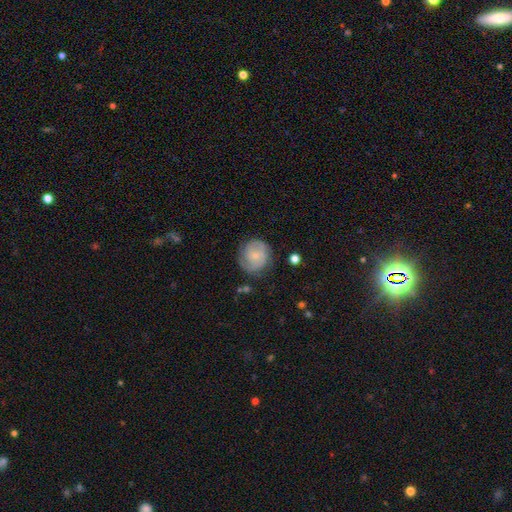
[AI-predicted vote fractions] Smooth or featured? Predicted: featured or disk (p=0.50). Edge-on disk? Predicted: no (p=0.98). Merging? Predicted: none (p=0.74).